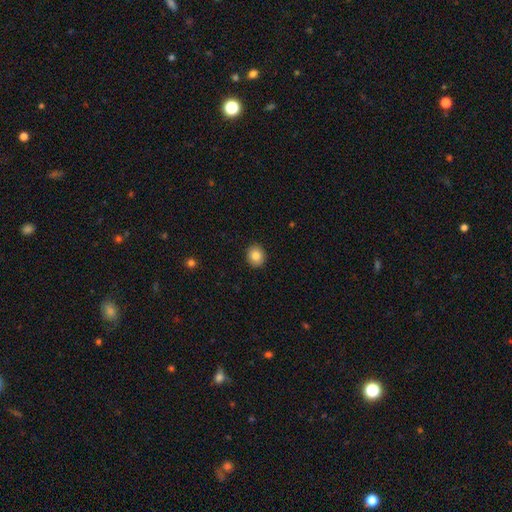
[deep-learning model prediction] The model was most divided on "how rounded": round: 76%, in between: 23%, cigar-shaped: 1%. More confident: merging — none (92%); smooth or featured — smooth (85%).